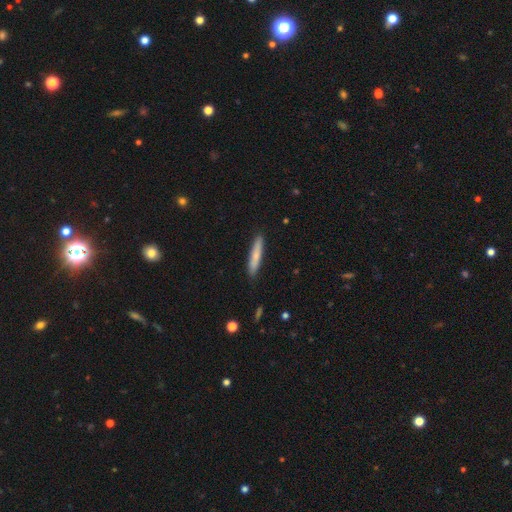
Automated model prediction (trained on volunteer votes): Smooth or featured: smooth — 76% (featured or disk — 18%)
How rounded: cigar-shaped — 91% (in between — 8%)
Merging: none — 88% (minor disturbance — 9%)